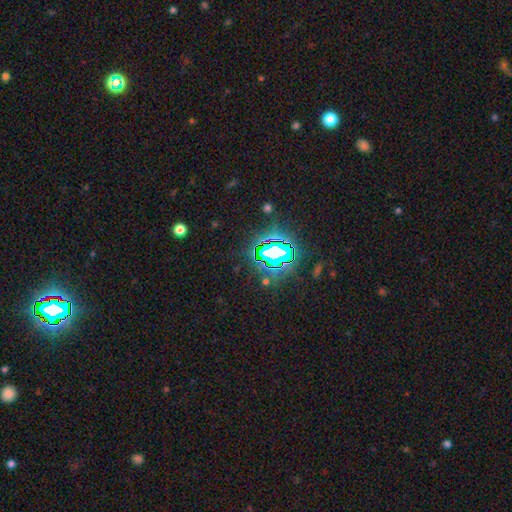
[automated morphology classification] Smooth or featured? Predicted: star or artifact (p=0.79).